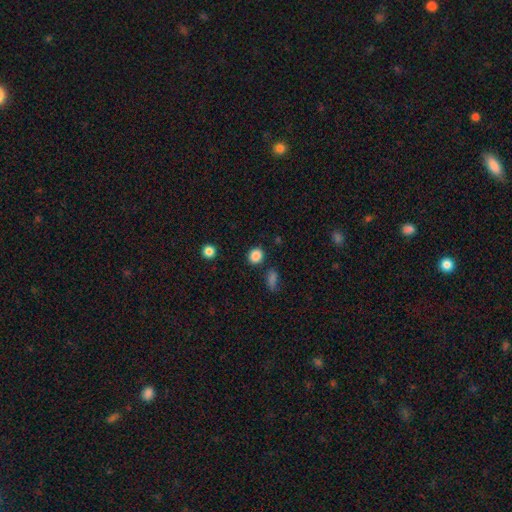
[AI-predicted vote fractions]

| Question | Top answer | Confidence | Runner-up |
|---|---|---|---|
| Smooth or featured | smooth | 86% | star or artifact (11%) |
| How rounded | round | 74% | in between (25%) |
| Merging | none | 86% | minor disturbance (8%) |